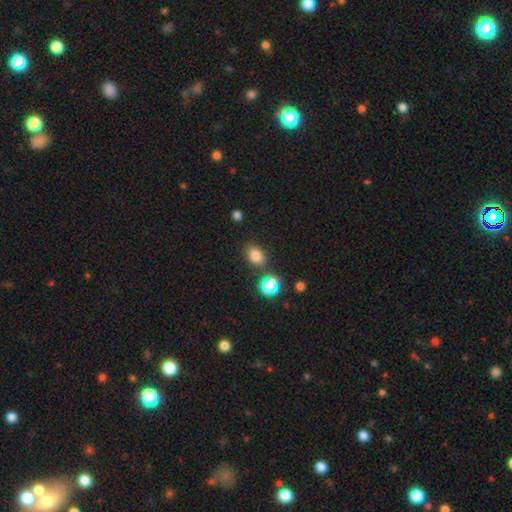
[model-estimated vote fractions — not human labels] This appears to be a smooth galaxy with no disk features (82%) that is in between round and cigar-shaped (69%). Merging: none (79%).